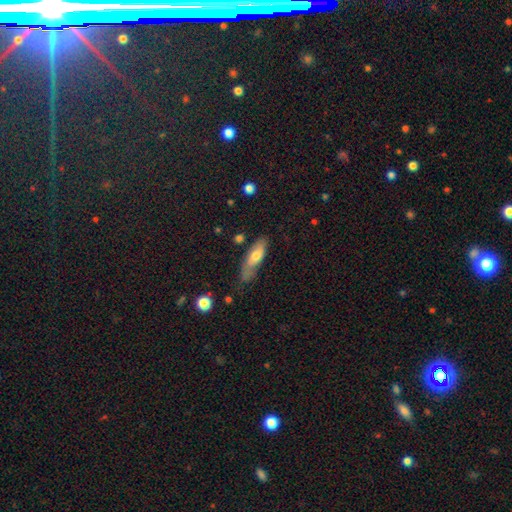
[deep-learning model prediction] Q: Smooth or featured?
A: smooth (67%); runner-up: featured or disk (27%)
Q: How rounded?
A: in between (52%); runner-up: cigar-shaped (46%)
Q: Merging?
A: none (55%); runner-up: minor disturbance (31%)